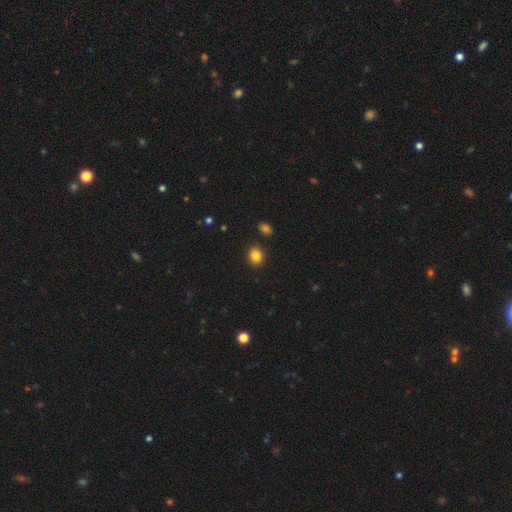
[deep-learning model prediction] Smooth or featured? smooth (85%)
How rounded? round (60%)
Merging? none (88%)